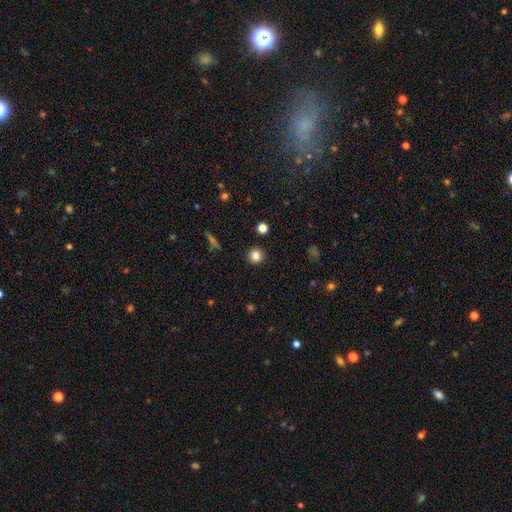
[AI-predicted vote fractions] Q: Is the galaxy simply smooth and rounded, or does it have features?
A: smooth — 83%.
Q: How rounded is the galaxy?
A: round — 93%.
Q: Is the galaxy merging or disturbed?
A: none — 92%.